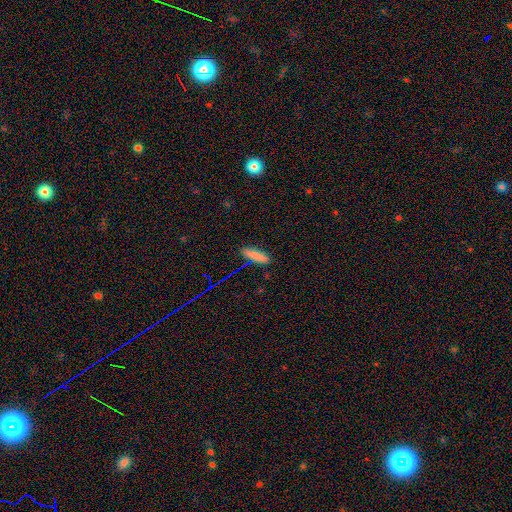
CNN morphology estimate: Smooth or featured?
  - smooth: 85% *
  - star or artifact: 8%
  - featured or disk: 7%
How rounded?
  - cigar-shaped: 65% *
  - in between: 33%
  - round: 2%
Merging?
  - none: 86% *
  - minor disturbance: 11%
  - major disturbance: 2%
  - merger: 2%